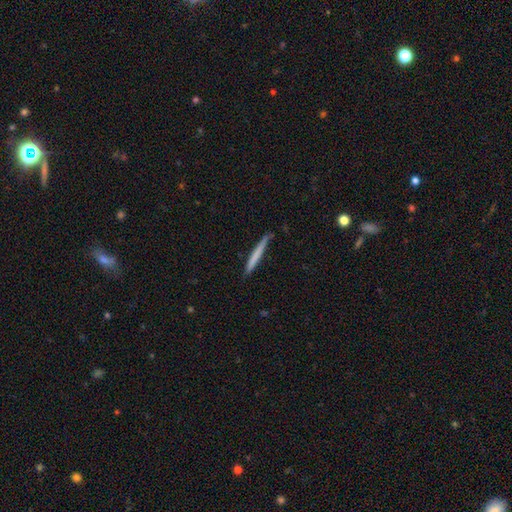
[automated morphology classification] This is likely a smooth galaxy (66%). How rounded: clearly cigar-shaped (97%). Merging: clearly none (84%).